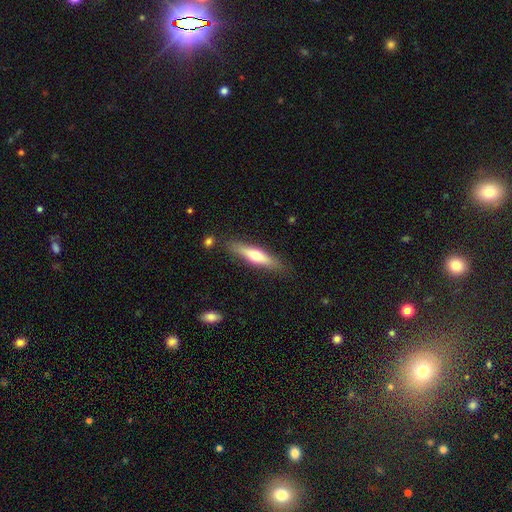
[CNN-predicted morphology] Q: Smooth or featured?
A: smooth (49%); runner-up: featured or disk (45%)
Q: Merging?
A: none (83%); runner-up: minor disturbance (11%)